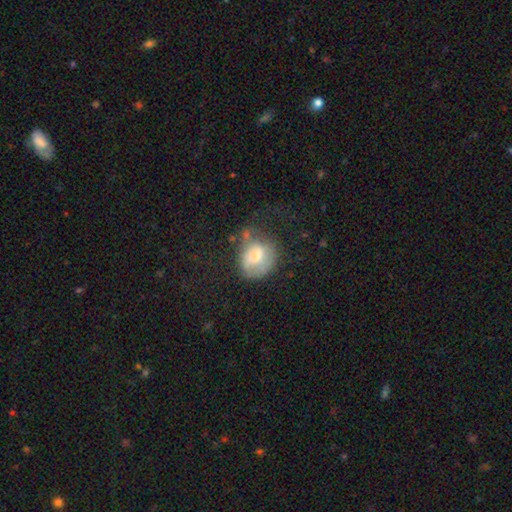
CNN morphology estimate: Q: Smooth or featured?
A: smooth (62%); runner-up: featured or disk (29%)
Q: How rounded?
A: round (63%); runner-up: in between (36%)
Q: Merging?
A: none (40%); runner-up: minor disturbance (30%)